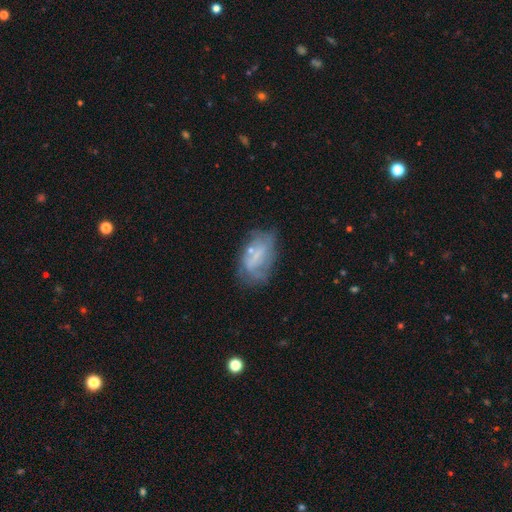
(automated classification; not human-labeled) Smooth or featured: featured or disk — 54% (smooth — 36%)
Edge-on disk: no — 94% (yes — 6%)
Bar: weak — 41% (no — 40%)
Spiral arms: no — 52% (yes — 48%)
Bulge size: small — 46% (none — 34%)
Merging: none — 45% (minor disturbance — 28%)